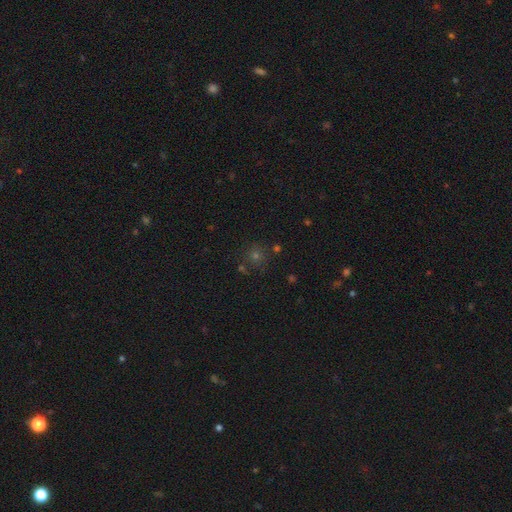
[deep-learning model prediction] Morphology: type=smooth (50%); merging=none (80%).